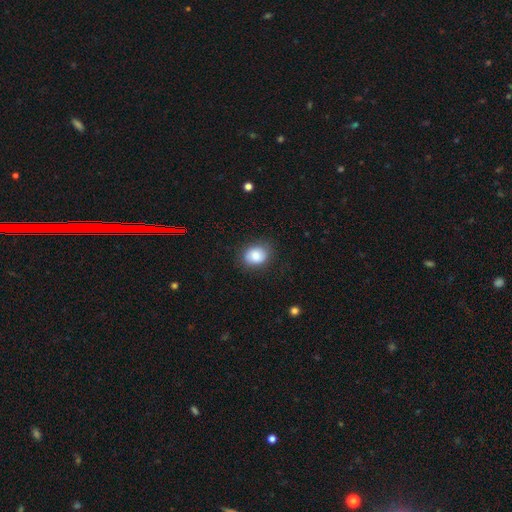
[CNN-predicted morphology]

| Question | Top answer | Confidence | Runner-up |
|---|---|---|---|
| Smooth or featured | smooth | 80% | featured or disk (11%) |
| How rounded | round | 50% | in between (49%) |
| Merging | none | 82% | minor disturbance (13%) |